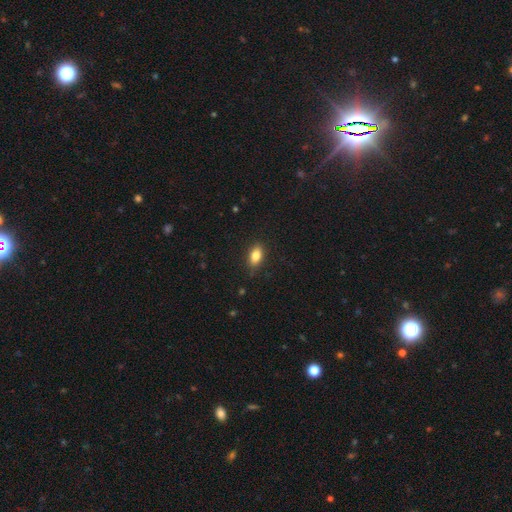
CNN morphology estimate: This appears to be a smooth galaxy with no disk features (83%) that is in between round and cigar-shaped (87%). Merging: none (85%).